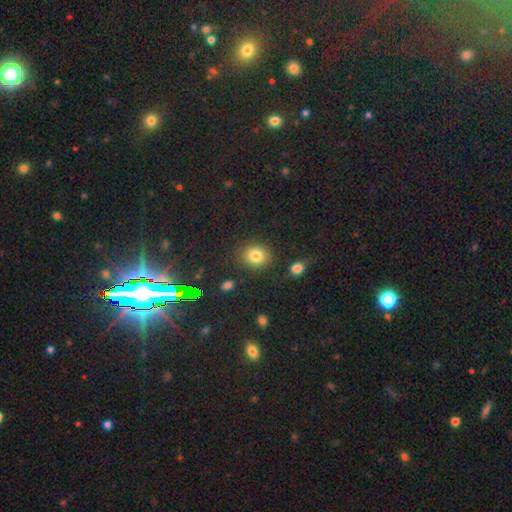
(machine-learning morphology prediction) A smooth galaxy with no disk features (80%) that is round (74%).

Vote fractions:
- Smooth or featured? smooth: 80% / star or artifact: 13% / featured or disk: 7%
- How rounded? round: 74% / in between: 25% / cigar-shaped: 1%
- Merging? none: 84% / minor disturbance: 9% / major disturbance: 4% / merger: 3%